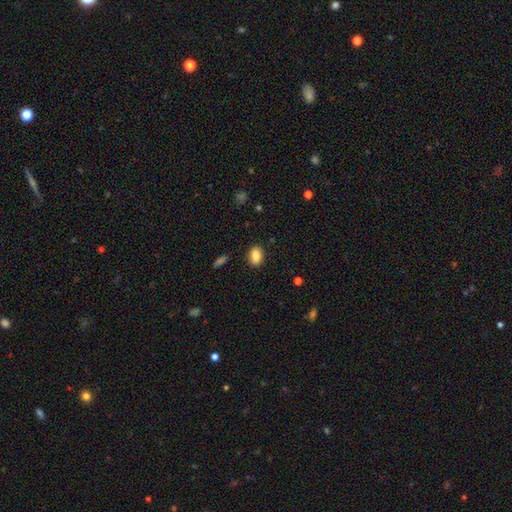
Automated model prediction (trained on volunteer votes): smooth_or_featured: smooth (p=0.87) [alt: star or artifact p=0.08]
how_rounded: in between (p=0.81) [alt: round p=0.17]
merging: none (p=0.86) [alt: minor disturbance p=0.10]